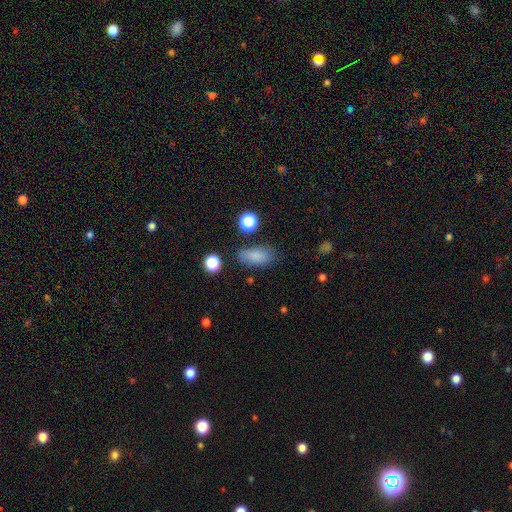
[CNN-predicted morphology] Smooth or featured? smooth (81%)
How rounded? in between (85%)
Merging? none (71%)